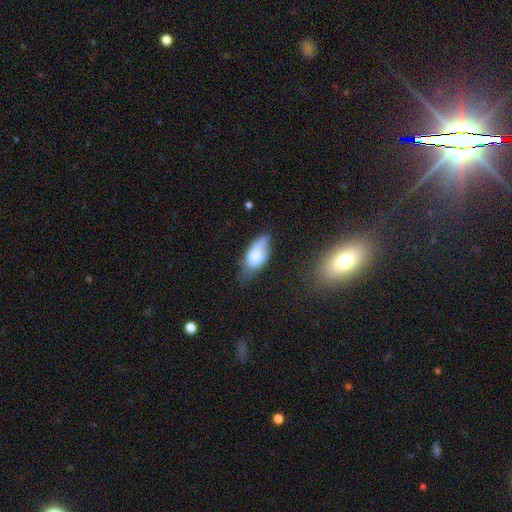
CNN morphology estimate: The model was most divided on "merging": minor disturbance: 39%, none: 38%, major disturbance: 17%, merger: 6%. More confident: how rounded — in between (90%); smooth or featured — smooth (71%).